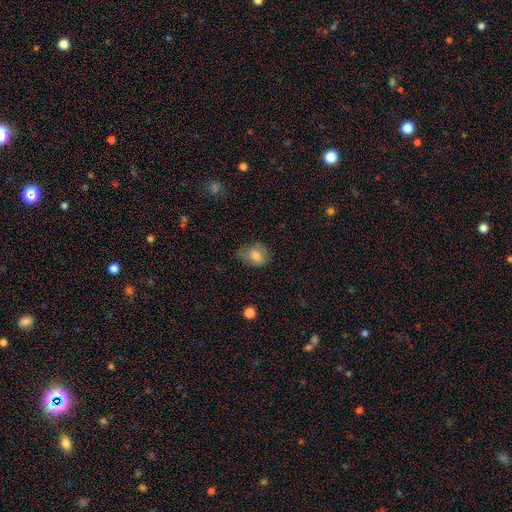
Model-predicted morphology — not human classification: The model was most divided on "how rounded": in between: 55%, round: 44%, cigar-shaped: 1%. More confident: smooth or featured — smooth (74%); merging — none (52%).